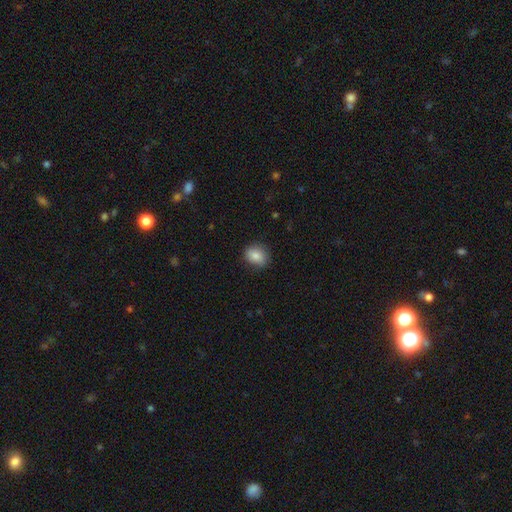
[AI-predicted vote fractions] The model was most divided on "how rounded": round: 56%, in between: 43%, cigar-shaped: 1%. More confident: smooth or featured — smooth (83%); merging — none (79%).